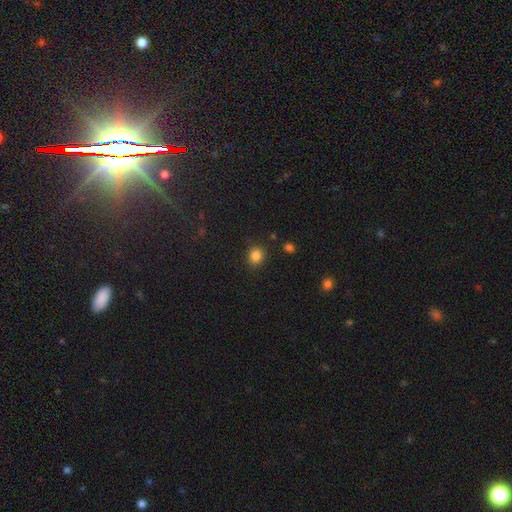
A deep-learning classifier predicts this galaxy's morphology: Smooth or featured? smooth (84%)
How rounded? round (75%)
Merging? none (86%)